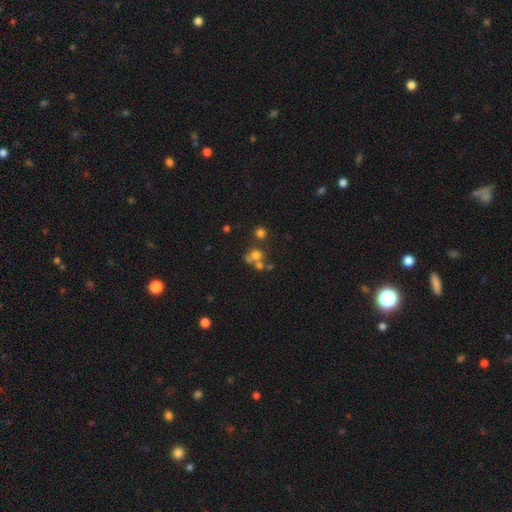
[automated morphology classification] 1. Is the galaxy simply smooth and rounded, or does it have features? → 61% smooth, 20% star or artifact, 18% featured or disk.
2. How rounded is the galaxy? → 80% round, 19% in between, 1% cigar-shaped.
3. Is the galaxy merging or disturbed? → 43% none, 40% merger, 9% minor disturbance, 7% major disturbance.